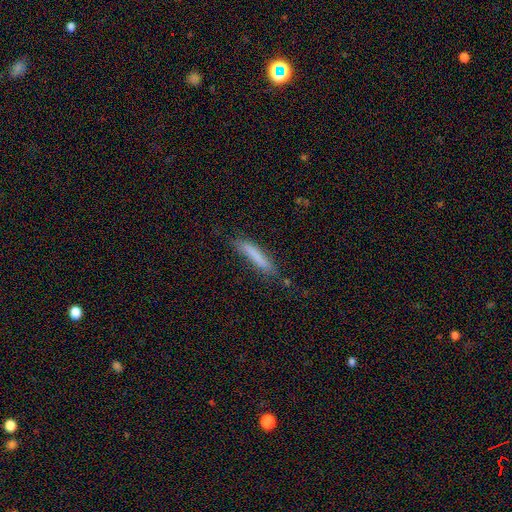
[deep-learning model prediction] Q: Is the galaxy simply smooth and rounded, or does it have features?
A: smooth — 79%.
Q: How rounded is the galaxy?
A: cigar-shaped — 92%.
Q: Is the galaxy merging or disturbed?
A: none — 74%.